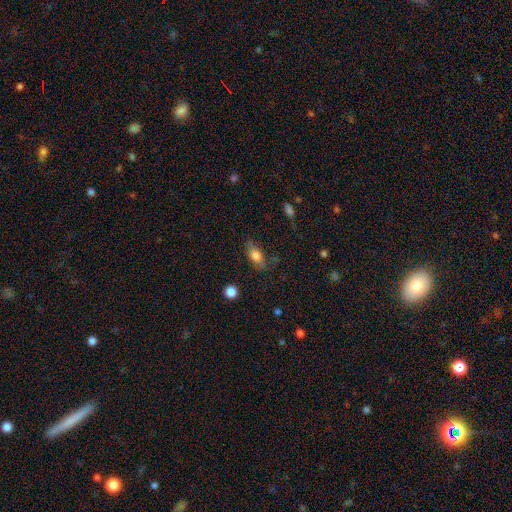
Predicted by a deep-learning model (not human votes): Q: Smooth or featured?
A: smooth (78%); runner-up: featured or disk (13%)
Q: How rounded?
A: in between (84%); runner-up: cigar-shaped (9%)
Q: Merging?
A: none (75%); runner-up: minor disturbance (18%)